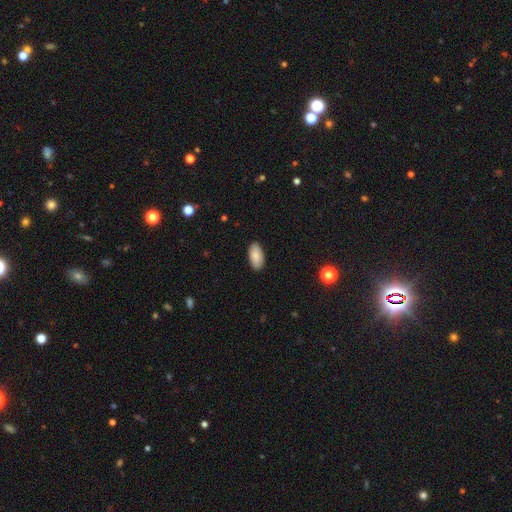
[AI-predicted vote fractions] The model was most divided on "smooth or featured": smooth: 87%, star or artifact: 7%, featured or disk: 6%. More confident: how rounded — in between (94%); merging — none (90%).